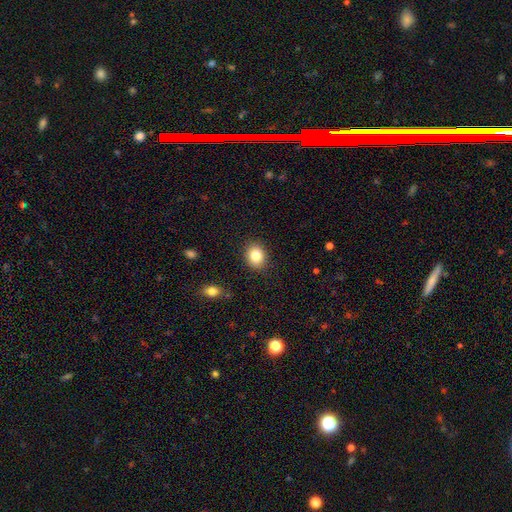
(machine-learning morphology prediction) smooth 83%, star or artifact 9%, featured or disk 8%. Down the decision tree: how rounded — round (56%); merging — none (88%).